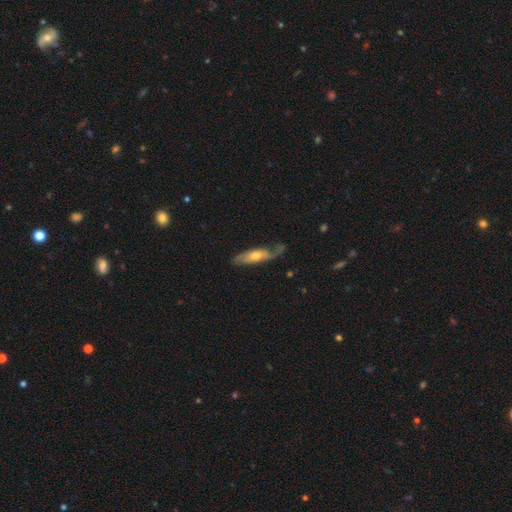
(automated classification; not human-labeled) The model was most divided on "smooth or featured" (2-way tie): smooth: 47%, featured or disk: 47%, star or artifact: 6%. More confident: merging — none (55%).